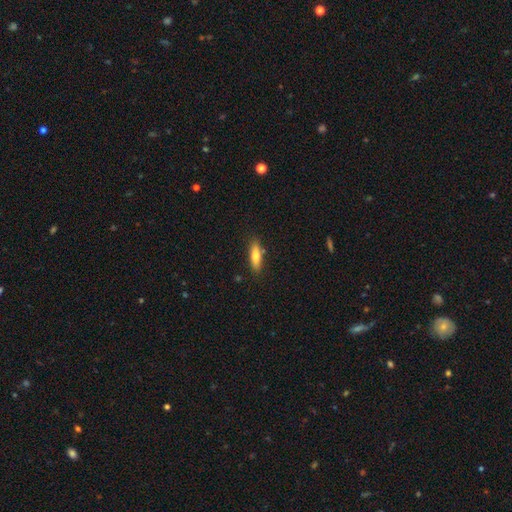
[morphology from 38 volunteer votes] smooth-or-featured: smooth: 71% | featured or disk: 18% | star or artifact: 11%
  how-rounded: cigar-shaped: 89% | in between: 7% | round: 4%
  merging: none: 74% | minor disturbance: 18% | merger: 6% | major disturbance: 3%